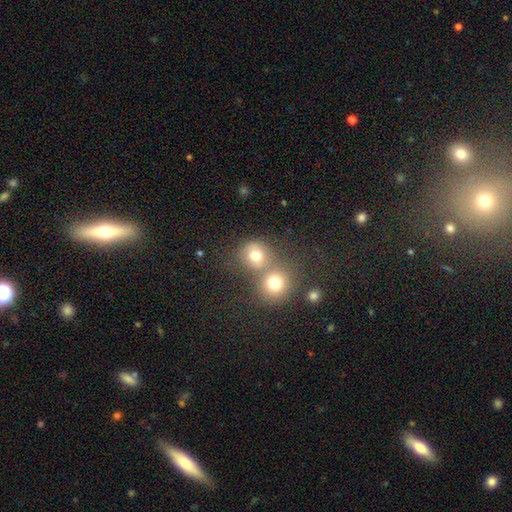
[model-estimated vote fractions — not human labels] A smooth galaxy with no disk features (74%) that is round (82%).

Vote fractions:
- Smooth or featured? smooth: 74% / star or artifact: 14% / featured or disk: 12%
- How rounded? round: 82% / in between: 17% / cigar-shaped: 1%
- Merging? merger: 45% / none: 43% / minor disturbance: 8% / major disturbance: 4%